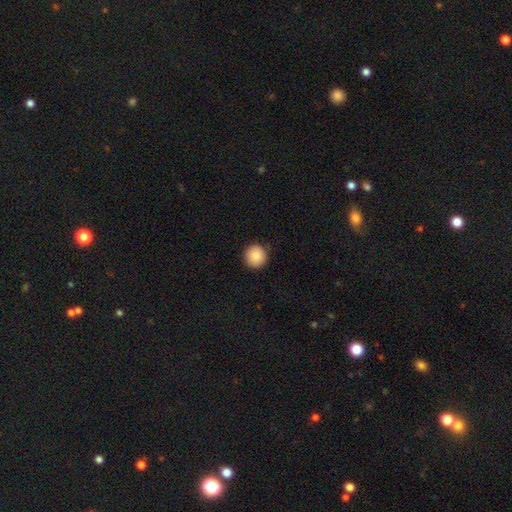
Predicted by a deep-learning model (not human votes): A smooth galaxy with no disk features (88%) that is round (94%).

Vote fractions:
- Smooth or featured? smooth: 88% / star or artifact: 8% / featured or disk: 4%
- How rounded? round: 94% / in between: 5% / cigar-shaped: 1%
- Merging? none: 90% / minor disturbance: 8% / major disturbance: 2% / merger: 1%